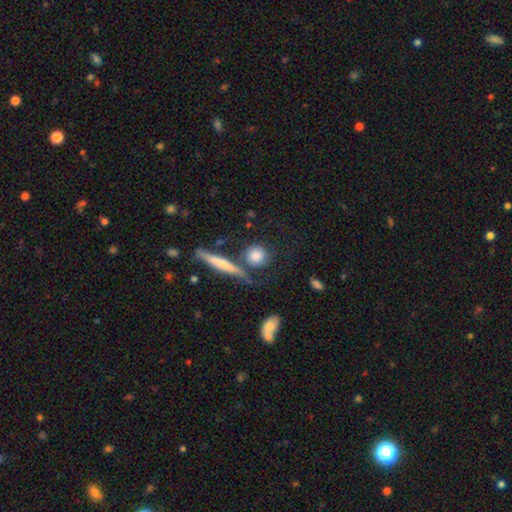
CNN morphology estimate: Smooth or featured?
  - smooth: 74% *
  - featured or disk: 18%
  - star or artifact: 8%
How rounded?
  - round: 76% *
  - in between: 15%
  - cigar-shaped: 9%
Merging?
  - none: 59% *
  - merger: 19%
  - minor disturbance: 14%
  - major disturbance: 8%